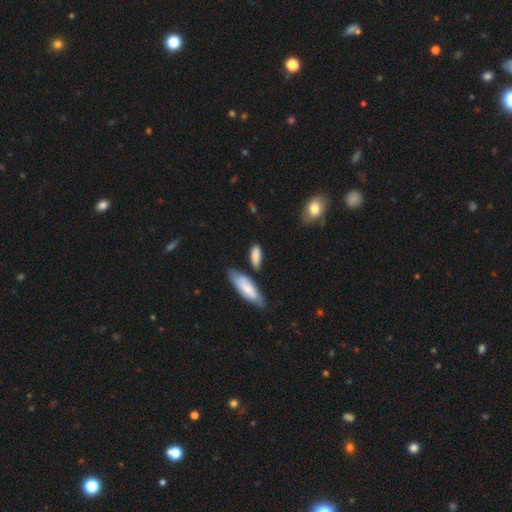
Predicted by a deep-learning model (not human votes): Morphology: type=smooth (81%); roundness=in between (63%); merging=none (65%).